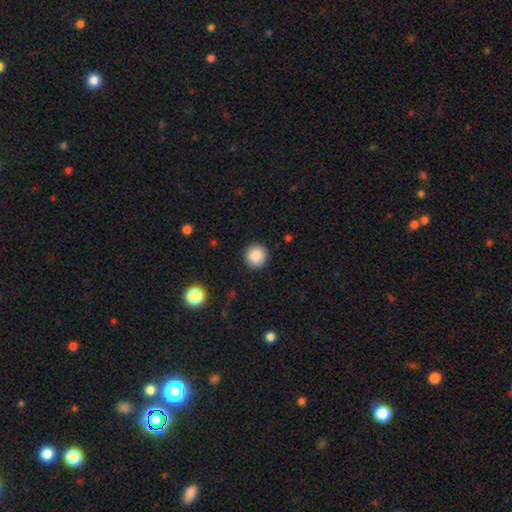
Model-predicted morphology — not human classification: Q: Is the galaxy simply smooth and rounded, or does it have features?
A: smooth — 88%.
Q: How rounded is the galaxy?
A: round — 94%.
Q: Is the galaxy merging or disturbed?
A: none — 91%.